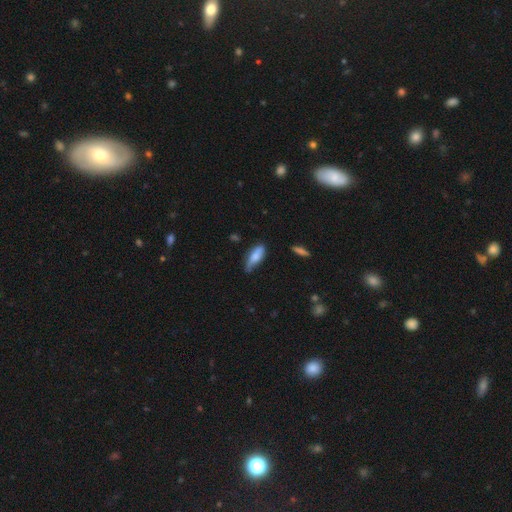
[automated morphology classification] type=smooth (72%); roundness=in between (65%); merging=none (50%).